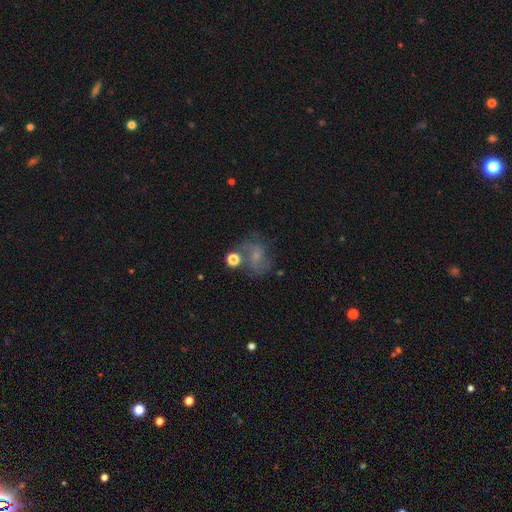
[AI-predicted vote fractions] Smooth or featured? Predicted: featured or disk (p=0.42). Merging? Predicted: none (p=0.51).